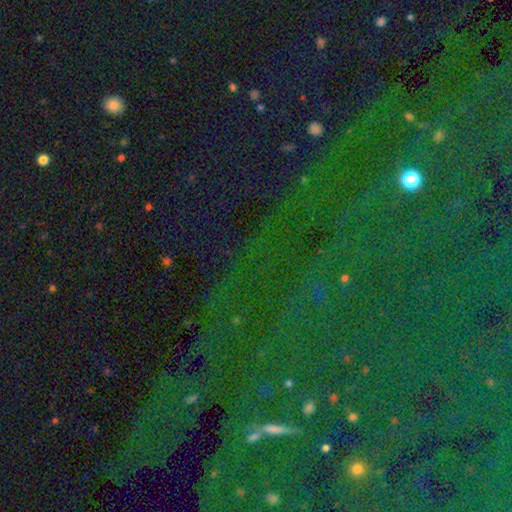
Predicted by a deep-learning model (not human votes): star or artifact 85%, smooth 8%, featured or disk 7%.